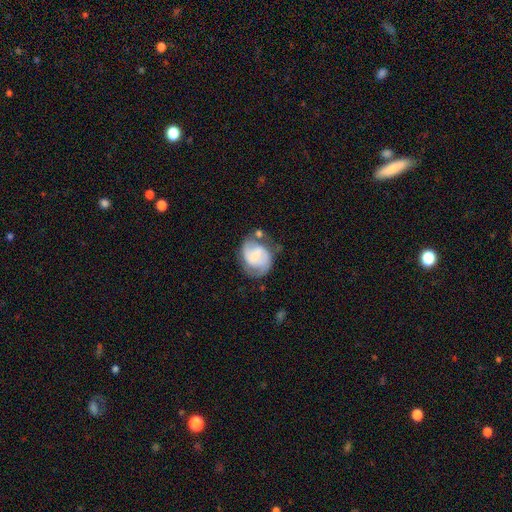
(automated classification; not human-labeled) The model was most divided on "bar": weak: 48%, no: 34%, strong: 17%. Remaining: edge-on disk — no (98%); spiral arms — yes (87%); spiral arm count — 2 (79%); smooth or featured — featured or disk (65%); merging — none (49%); bulge size — small (49%); spiral winding — medium (47%).